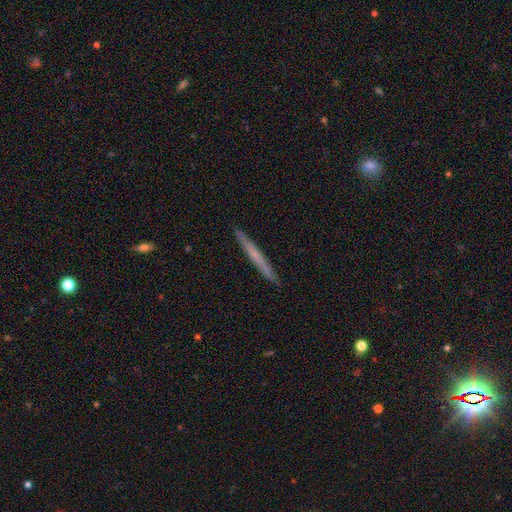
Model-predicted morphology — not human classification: This is possibly a smooth galaxy (48%). Merging: clearly none (91%).